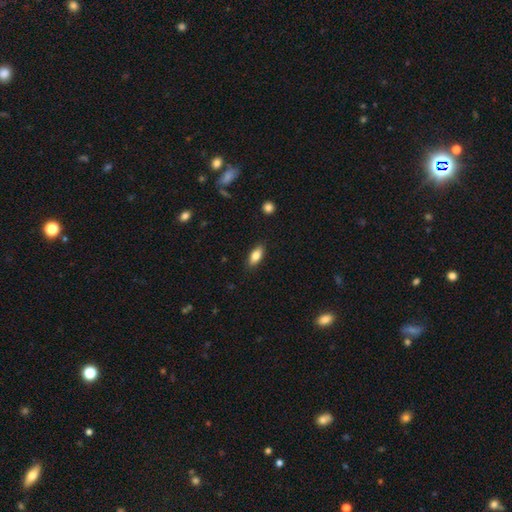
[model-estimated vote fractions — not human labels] A smooth galaxy with no disk features (80%) that is in between round and cigar-shaped (84%). Merging: none (86%).